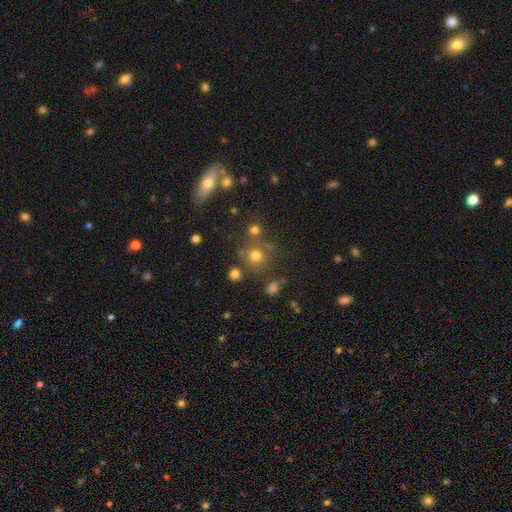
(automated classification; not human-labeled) Overall: smooth (71%). How rounded: round (91%). Merging: none (73%).